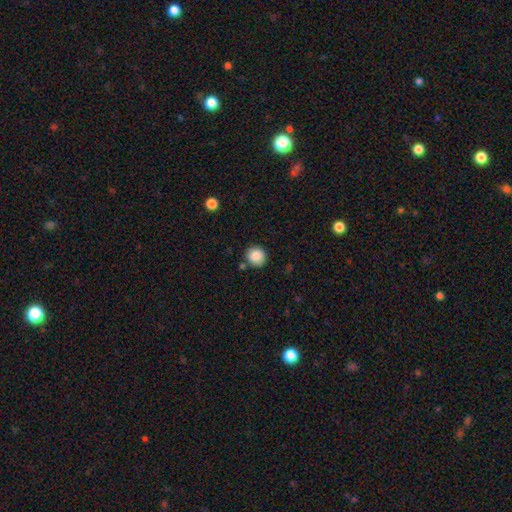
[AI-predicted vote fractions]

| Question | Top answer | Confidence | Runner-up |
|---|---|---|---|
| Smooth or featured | smooth | 86% | star or artifact (9%) |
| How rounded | round | 88% | in between (11%) |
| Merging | none | 86% | minor disturbance (8%) |